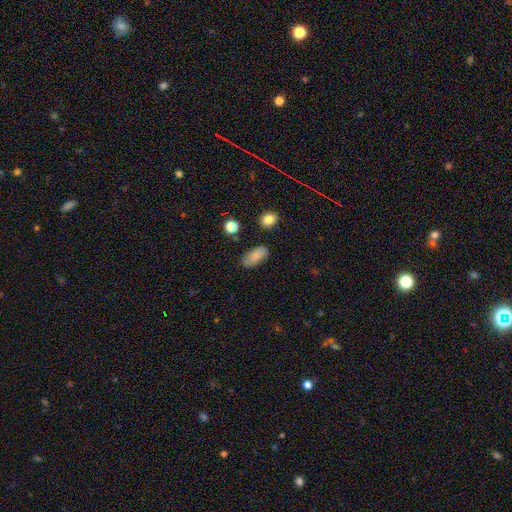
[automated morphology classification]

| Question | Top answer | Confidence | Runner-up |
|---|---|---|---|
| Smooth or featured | smooth | 85% | star or artifact (8%) |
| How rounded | in between | 90% | cigar-shaped (6%) |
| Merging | none | 83% | minor disturbance (12%) |